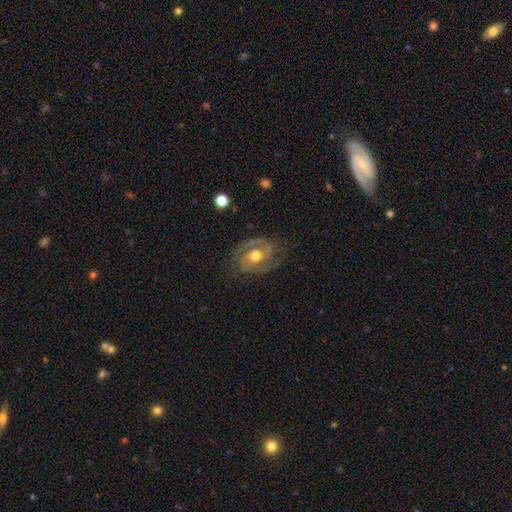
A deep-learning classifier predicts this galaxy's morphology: featured or disk 84%, smooth 10%, star or artifact 6%. Down the decision tree: edge-on disk — no (97%); bar — no (55%); spiral arms — yes (94%); spiral arm count — 2 (74%); spiral winding — medium (46%); bulge size — moderate (76%); merging — none (72%).